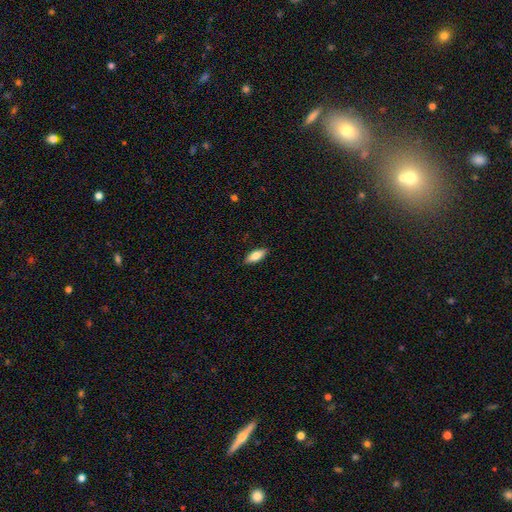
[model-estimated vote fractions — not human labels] This is likely a smooth galaxy (80%). How rounded: likely in between (80%). Merging: clearly none (89%).